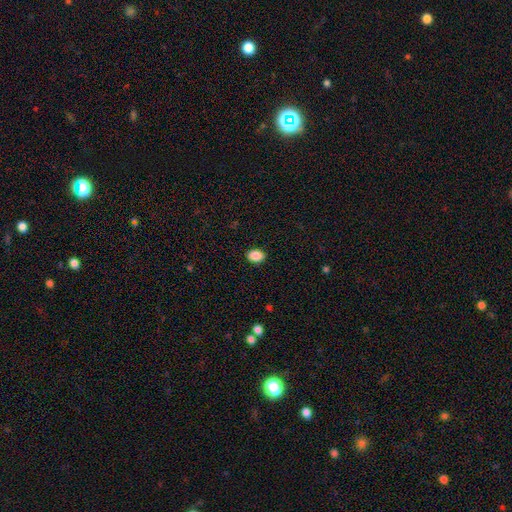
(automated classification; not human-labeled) Smooth or featured? smooth (89%)
How rounded? in between (75%)
Merging? none (90%)